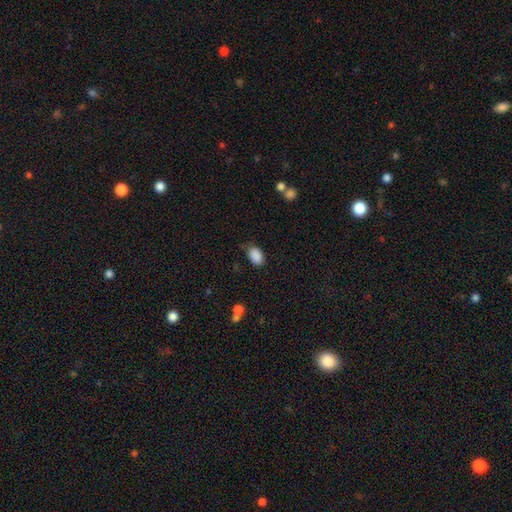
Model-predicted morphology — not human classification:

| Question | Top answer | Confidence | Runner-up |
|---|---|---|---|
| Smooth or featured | smooth | 89% | star or artifact (8%) |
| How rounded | in between | 88% | round (11%) |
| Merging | none | 72% | minor disturbance (21%) |